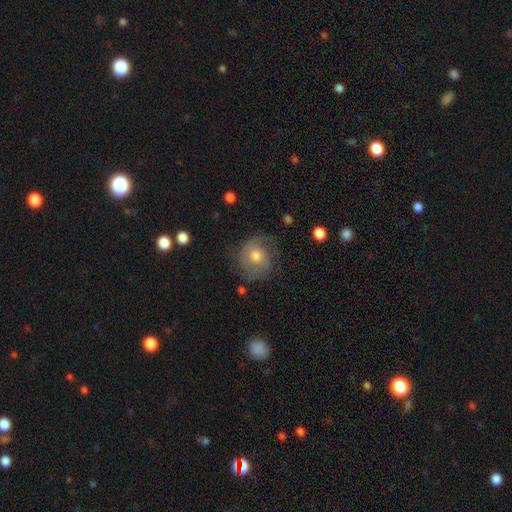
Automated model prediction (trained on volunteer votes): Morphology: type=featured or disk (51%); edge-on=no (97%); merging=none (67%).